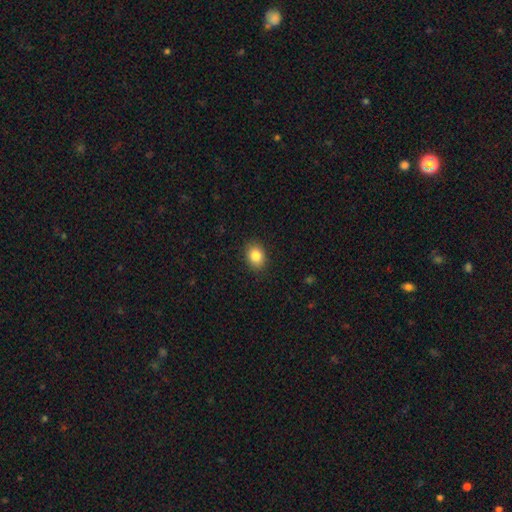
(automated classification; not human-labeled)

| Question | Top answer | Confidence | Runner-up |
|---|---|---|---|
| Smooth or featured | smooth | 85% | star or artifact (9%) |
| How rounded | in between | 63% | round (36%) |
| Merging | none | 89% | minor disturbance (8%) |